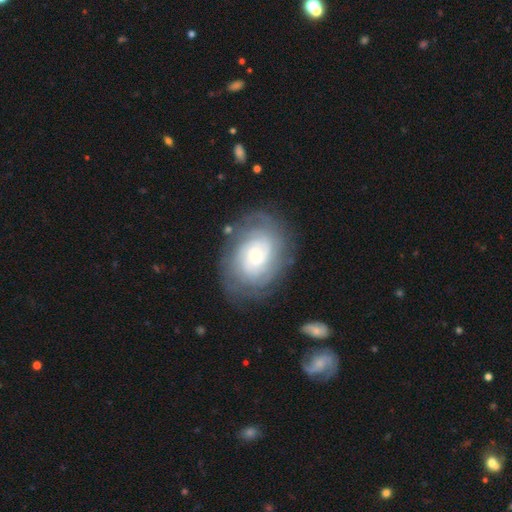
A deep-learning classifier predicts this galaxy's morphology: Smooth or featured? featured or disk (74%)
Edge-on disk? no (97%)
Bar? no (71%)
Spiral arms? yes (91%)
Spiral winding? tight (72%)
Spiral arm count? can't tell (50%)
Bulge size? small (50%)
Merging? none (76%)